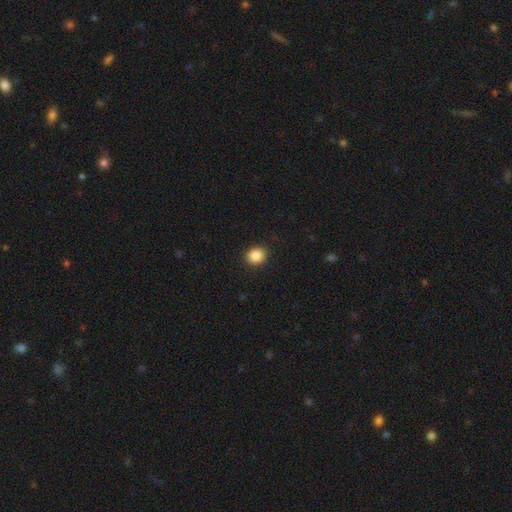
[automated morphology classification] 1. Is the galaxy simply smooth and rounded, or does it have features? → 87% smooth, 9% star or artifact, 4% featured or disk.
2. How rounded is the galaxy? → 77% round, 22% in between, 1% cigar-shaped.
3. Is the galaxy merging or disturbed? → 90% none, 7% minor disturbance, 2% major disturbance, 1% merger.